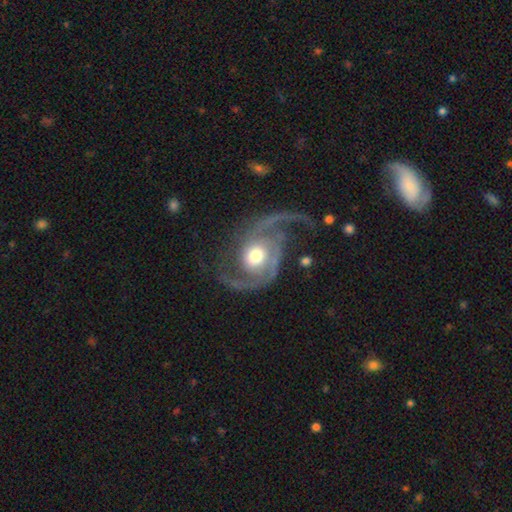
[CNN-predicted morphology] smooth_or_featured: featured or disk (p=0.87) [alt: smooth p=0.08]
disk_edge_on: no (p=0.97) [alt: yes p=0.03]
bar: no (p=0.73) [alt: weak p=0.21]
has_spiral_arms: yes (p=0.96) [alt: no p=0.04]
spiral_winding: loose (p=0.44) [alt: medium p=0.42]
spiral_arm_count: 2 (p=0.80) [alt: 1 p=0.06]
bulge_size: moderate (p=0.61) [alt: large p=0.26]
merging: none (p=0.51) [alt: major disturbance p=0.29]